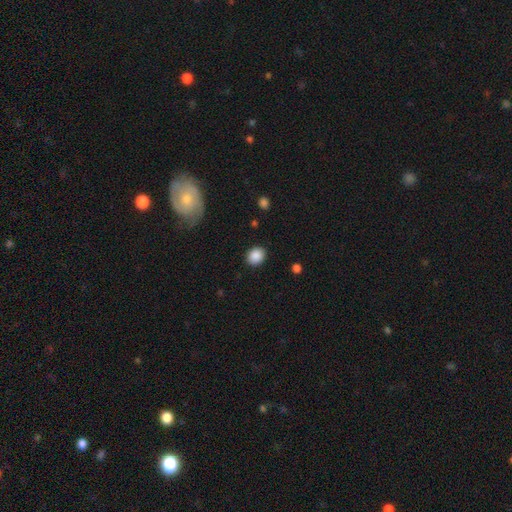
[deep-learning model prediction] Morphology: type=smooth (88%); roundness=round (59%); merging=none (89%).